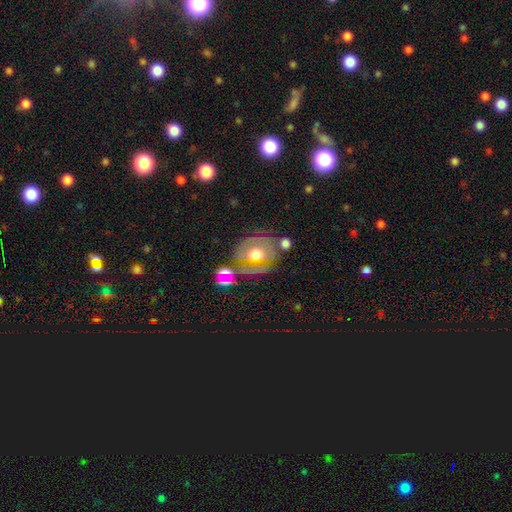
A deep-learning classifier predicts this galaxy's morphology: A featured or disk galaxy (61%) with no bar (60%), no spiral arms (55%) and a moderate central bulge (69%).

Vote fractions:
- Smooth or featured? featured or disk: 61% / smooth: 28% / star or artifact: 11%
- Edge-on disk? no: 92% / yes: 8%
- Bar? no: 60% / weak: 28% / strong: 12%
- Spiral arms? no: 55% / yes: 45%
- Bulge size? moderate: 69% / large: 18% / small: 10% / dominant: 2% / none: 2%
- Merging? none: 54% / minor disturbance: 20% / merger: 14% / major disturbance: 12%